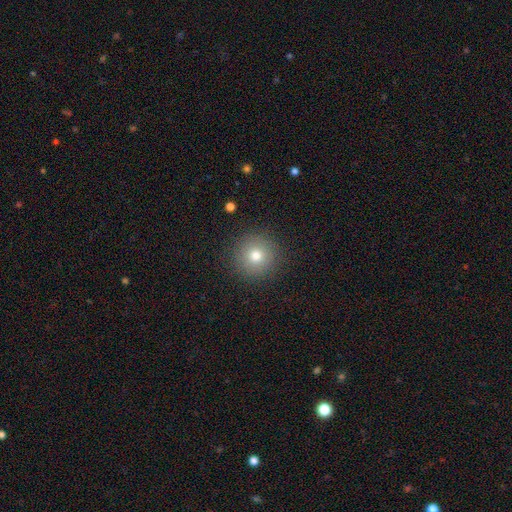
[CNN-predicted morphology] Smooth or featured? Predicted: smooth (p=0.76). How rounded? Predicted: round (p=0.95). Merging? Predicted: none (p=0.90).